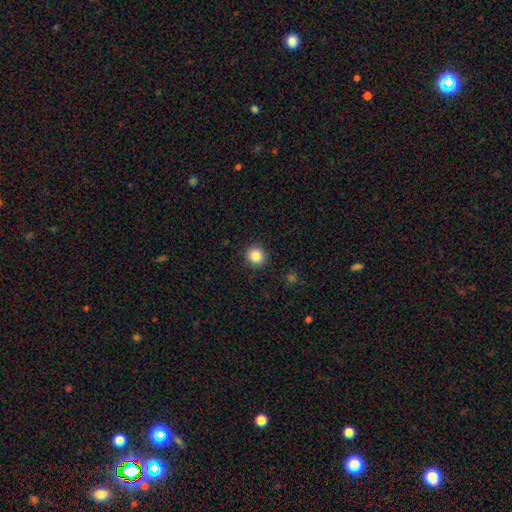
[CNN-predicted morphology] Smooth or featured? Predicted: smooth (p=0.86). How rounded? Predicted: round (p=0.91). Merging? Predicted: none (p=0.92).